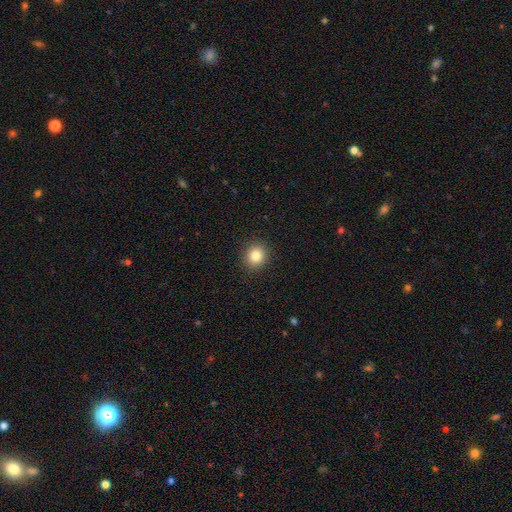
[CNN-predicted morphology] smooth 84%, star or artifact 11%, featured or disk 6%. Down the decision tree: how rounded — round (86%); merging — none (92%).